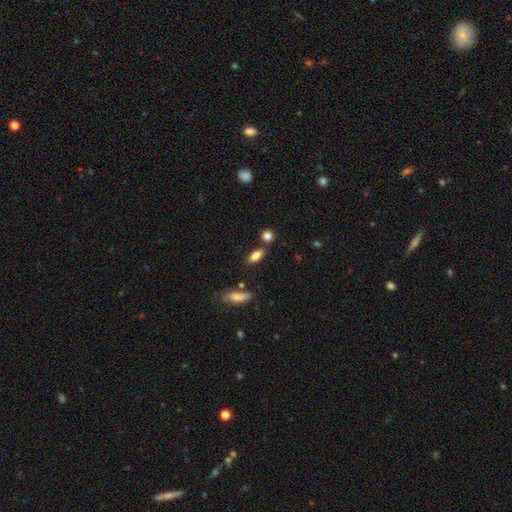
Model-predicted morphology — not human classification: smooth-or-featured: smooth: 83% | star or artifact: 9% | featured or disk: 8%
  how-rounded: in between: 79% | cigar-shaped: 13% | round: 8%
  merging: none: 71% | minor disturbance: 13% | merger: 12% | major disturbance: 4%